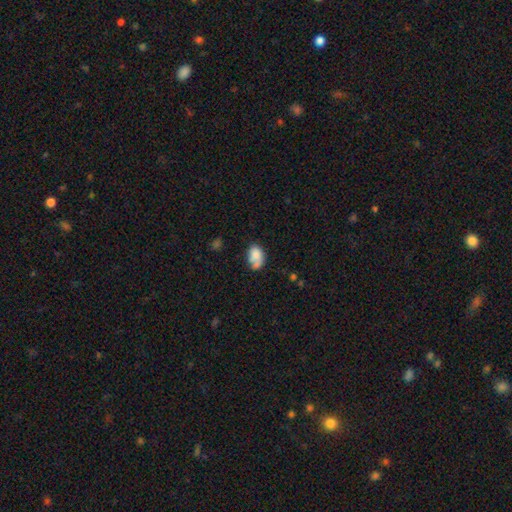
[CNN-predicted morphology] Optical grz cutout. It shows a smooth galaxy with no disk features (74%) that is in between round and cigar-shaped (83%). Merging: none (42%).